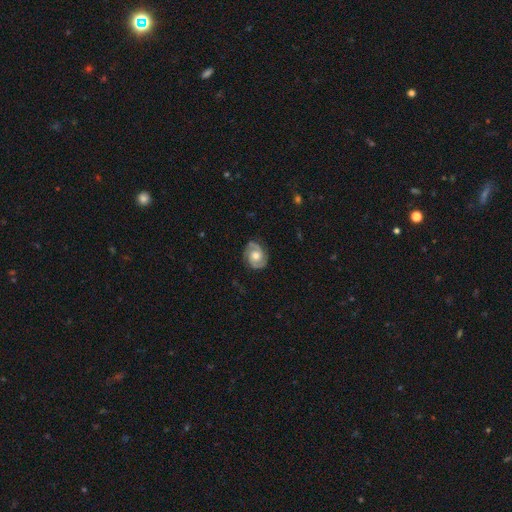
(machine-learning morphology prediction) Smooth or featured? Predicted: featured or disk (p=0.85). Edge-on disk? Predicted: no (p=0.98). Bar? Predicted: no (p=0.69). Spiral arms? Predicted: yes (p=0.97). Spiral winding? Predicted: tight (p=0.50). Spiral arm count? Predicted: 2 (p=0.87). Bulge size? Predicted: moderate (p=0.73). Merging? Predicted: none (p=0.82).